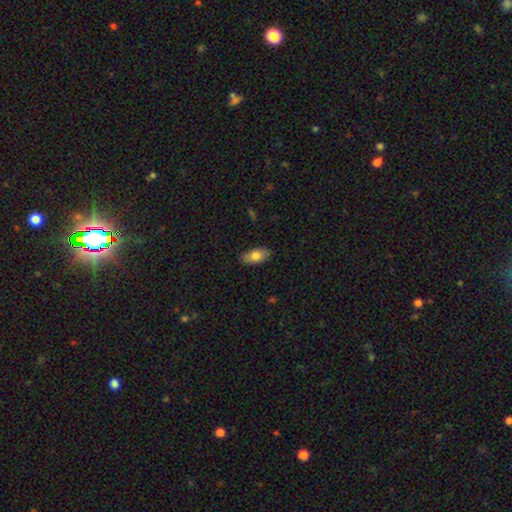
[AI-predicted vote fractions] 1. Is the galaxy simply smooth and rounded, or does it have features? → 80% smooth, 14% featured or disk, 7% star or artifact.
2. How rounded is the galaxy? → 91% in between, 6% cigar-shaped, 3% round.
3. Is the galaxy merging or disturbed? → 86% none, 11% minor disturbance, 2% major disturbance, 1% merger.